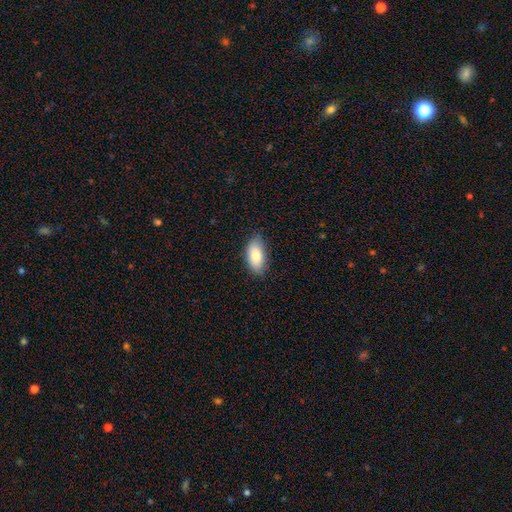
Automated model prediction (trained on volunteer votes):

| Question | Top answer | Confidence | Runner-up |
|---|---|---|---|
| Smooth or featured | smooth | 82% | featured or disk (12%) |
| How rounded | in between | 92% | cigar-shaped (5%) |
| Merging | none | 83% | minor disturbance (14%) |